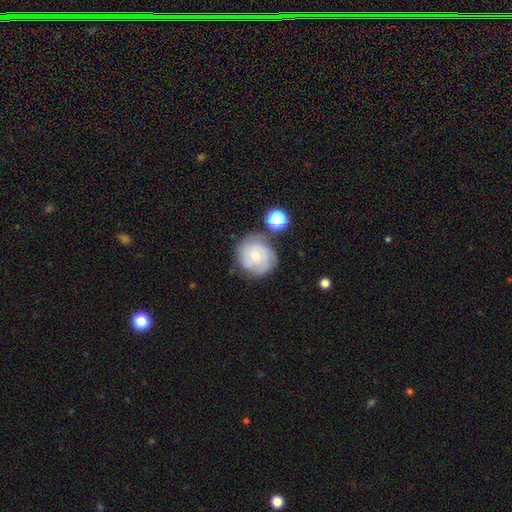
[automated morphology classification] A featured or disk galaxy (52%) with no bar (71%), spiral arms (81%) and a small central bulge (56%). Merging: none (63%).